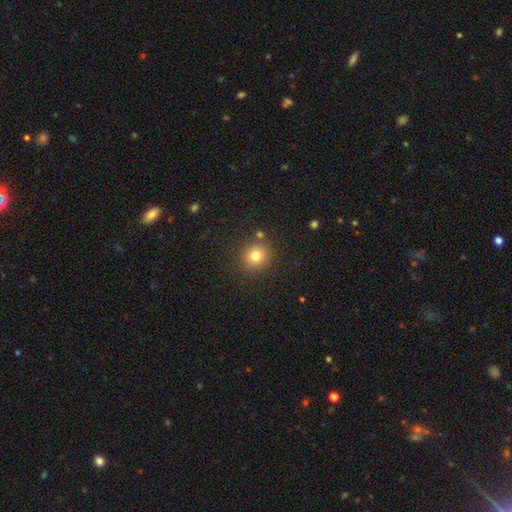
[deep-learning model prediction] Smooth or featured: smooth — 79% (star or artifact — 13%)
How rounded: round — 90% (in between — 9%)
Merging: none — 84% (minor disturbance — 8%)